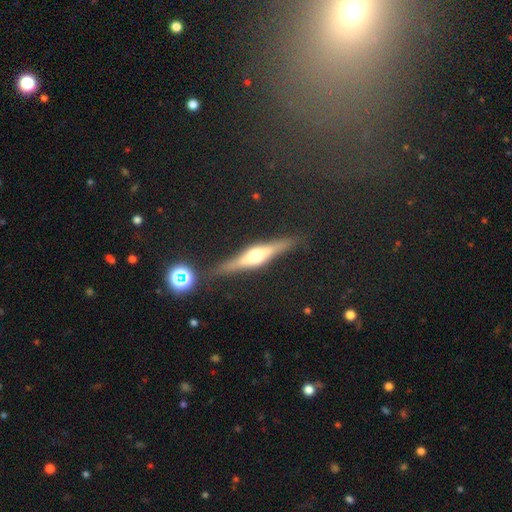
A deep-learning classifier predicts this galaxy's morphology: Smooth or featured?
  - featured or disk: 73% *
  - smooth: 19%
  - star or artifact: 7%
Edge-on disk?
  - yes: 96% *
  - no: 4%
Edge-on bulge?
  - rounded: 92% *
  - boxy: 6%
  - none: 2%
Merging?
  - none: 85% *
  - minor disturbance: 10%
  - major disturbance: 3%
  - merger: 2%